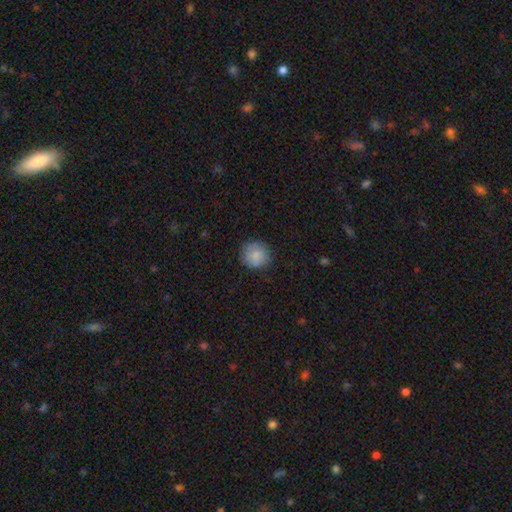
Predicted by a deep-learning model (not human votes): Smooth or featured? Predicted: smooth (p=0.86). How rounded? Predicted: round (p=0.91). Merging? Predicted: none (p=0.84).